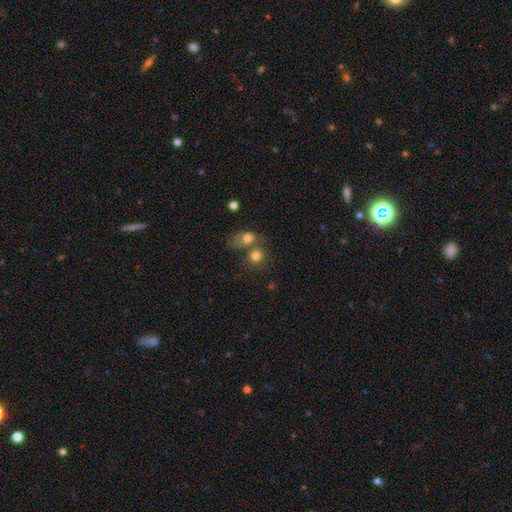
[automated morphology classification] Smooth or featured? smooth (77%)
How rounded? round (75%)
Merging? merger (48%)